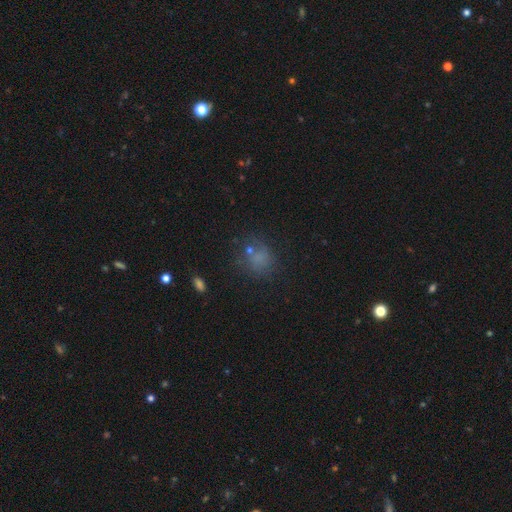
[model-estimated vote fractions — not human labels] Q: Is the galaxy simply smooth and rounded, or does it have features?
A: smooth — 63%.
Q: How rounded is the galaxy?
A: round — 76%.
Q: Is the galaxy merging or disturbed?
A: none — 69%.